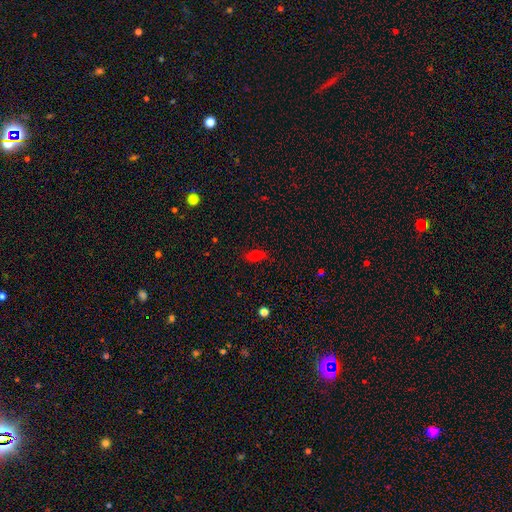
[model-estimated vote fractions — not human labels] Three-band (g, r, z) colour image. It shows a smooth galaxy with no disk features (74%) that is in between round and cigar-shaped (82%). Merging: none (76%).